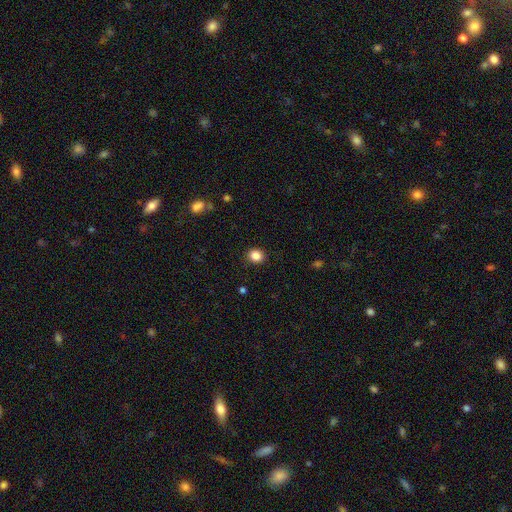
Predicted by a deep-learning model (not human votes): smooth 86%, star or artifact 10%, featured or disk 4%. Down the decision tree: how rounded — round (76%); merging — none (90%).